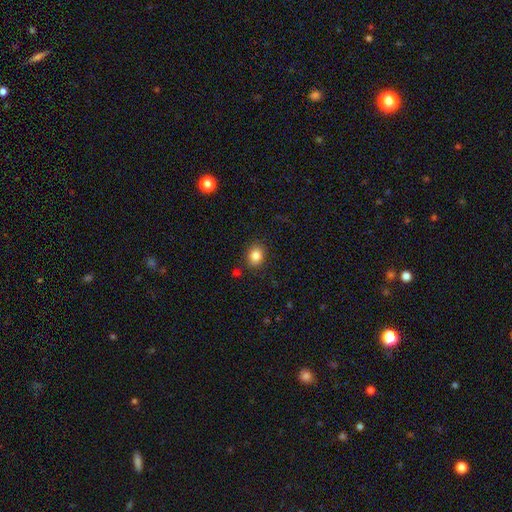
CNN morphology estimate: Q: Smooth or featured?
A: smooth (85%); runner-up: star or artifact (10%)
Q: How rounded?
A: round (55%); runner-up: in between (44%)
Q: Merging?
A: none (86%); runner-up: minor disturbance (9%)